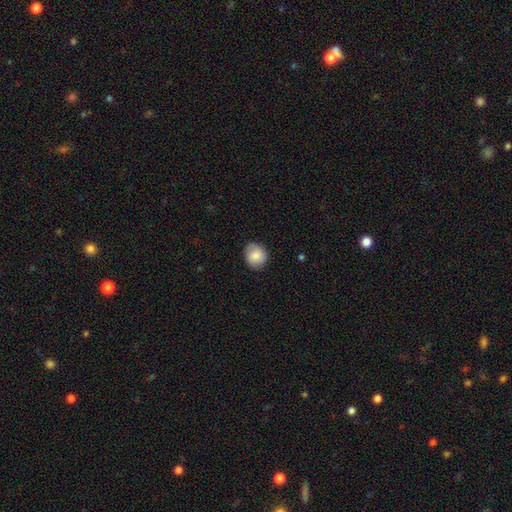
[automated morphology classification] smooth 78%, featured or disk 14%, star or artifact 7%. Down the decision tree: how rounded — round (80%); merging — none (80%).